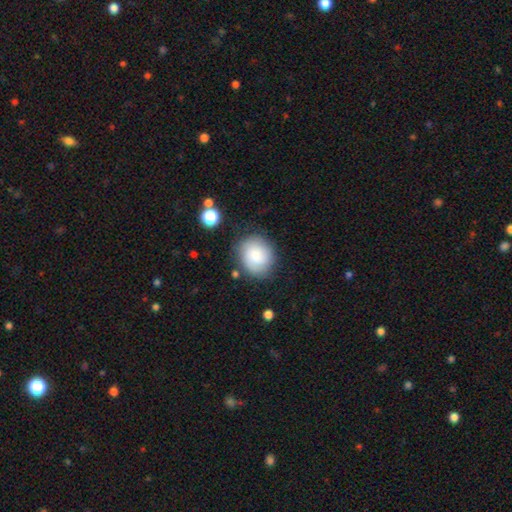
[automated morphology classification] Smooth or featured?
  - smooth: 78% *
  - featured or disk: 14%
  - star or artifact: 8%
How rounded?
  - round: 66% *
  - in between: 34%
  - cigar-shaped: 1%
Merging?
  - none: 76% *
  - minor disturbance: 16%
  - major disturbance: 5%
  - merger: 3%